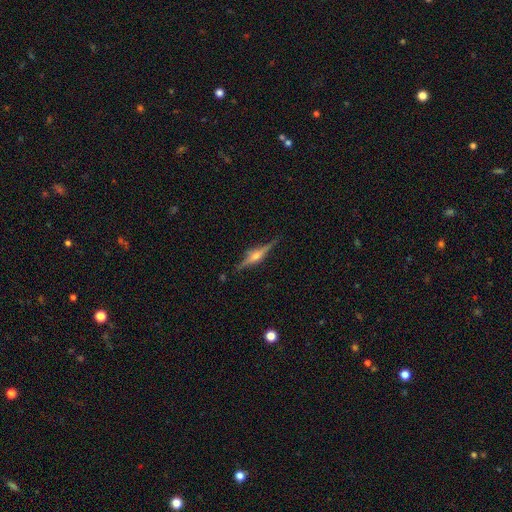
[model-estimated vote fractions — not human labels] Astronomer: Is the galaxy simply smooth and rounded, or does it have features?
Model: featured or disk — 81%.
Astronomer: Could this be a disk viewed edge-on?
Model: yes — 98%.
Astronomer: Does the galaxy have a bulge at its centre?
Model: rounded — 86%.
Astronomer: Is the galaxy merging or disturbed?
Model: none — 88%.